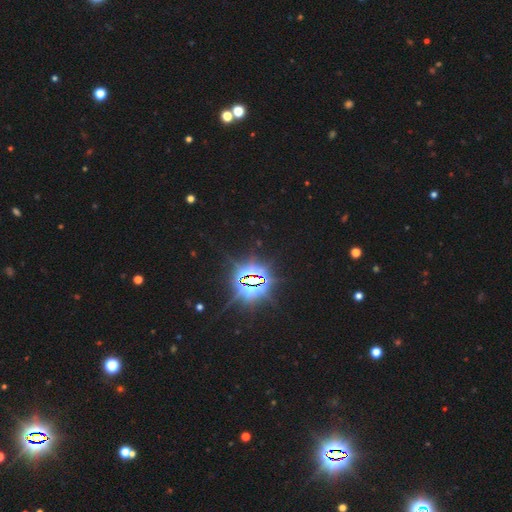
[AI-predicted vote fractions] Smooth or featured: star or artifact — 86% (smooth — 8%)